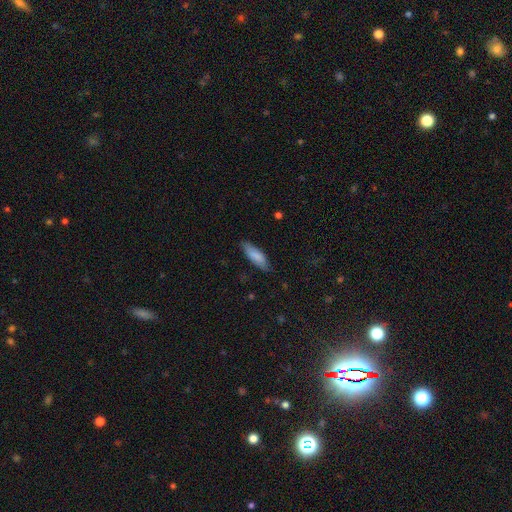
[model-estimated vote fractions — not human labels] Smooth or featured? smooth (83%)
How rounded? in between (56%)
Merging? none (78%)